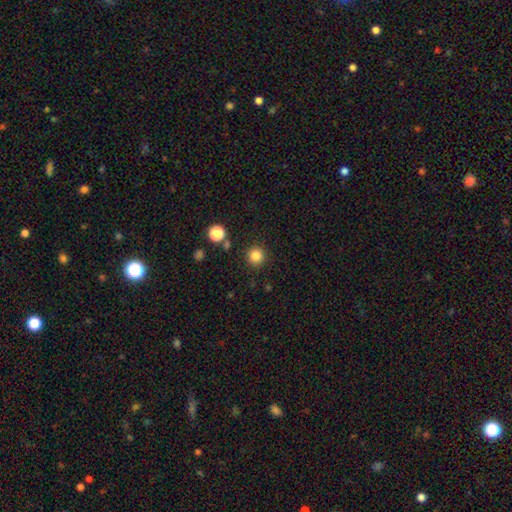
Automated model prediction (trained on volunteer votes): Overall: smooth (84%). How rounded: round (95%). Merging: none (90%).